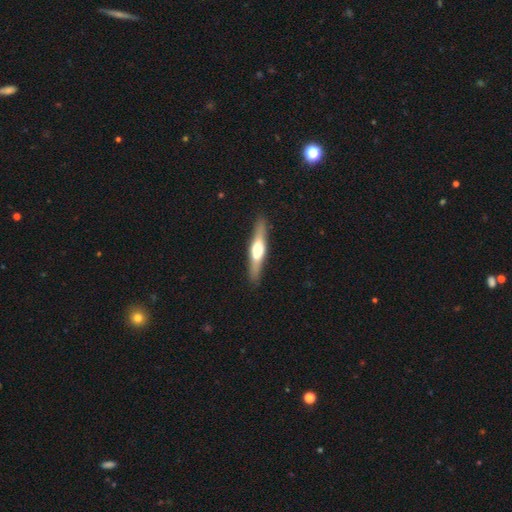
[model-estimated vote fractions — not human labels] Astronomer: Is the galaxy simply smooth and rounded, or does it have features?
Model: featured or disk — 65%.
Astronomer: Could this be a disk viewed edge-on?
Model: yes — 95%.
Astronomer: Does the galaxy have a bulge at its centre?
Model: rounded — 92%.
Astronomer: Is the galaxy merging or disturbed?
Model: none — 90%.